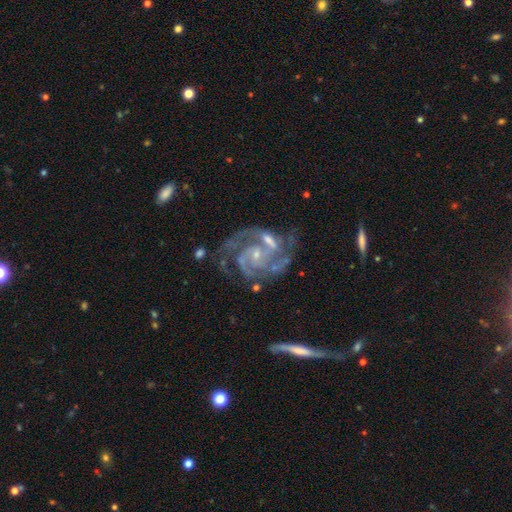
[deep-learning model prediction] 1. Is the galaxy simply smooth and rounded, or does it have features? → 91% featured or disk, 5% star or artifact, 4% smooth.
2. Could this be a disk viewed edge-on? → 98% no, 2% yes.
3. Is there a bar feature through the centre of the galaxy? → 54% no, 34% weak, 12% strong.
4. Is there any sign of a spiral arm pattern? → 97% yes, 3% no.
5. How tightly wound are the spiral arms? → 49% tight, 43% medium, 8% loose.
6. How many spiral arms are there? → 43% 2, 30% 3, 11% can't tell, 6% 4, 5% 1, 5% more than 4.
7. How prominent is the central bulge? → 72% small, 20% moderate, 6% none, 1% large, 1% dominant.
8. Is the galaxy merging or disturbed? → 44% none, 20% merger, 19% minor disturbance, 17% major disturbance.